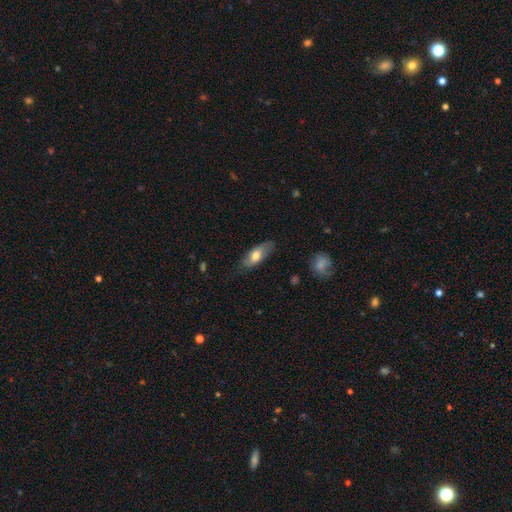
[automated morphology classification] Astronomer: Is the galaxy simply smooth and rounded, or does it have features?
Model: smooth — 65%.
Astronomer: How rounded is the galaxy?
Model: in between — 74%.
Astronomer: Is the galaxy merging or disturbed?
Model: none — 78%.